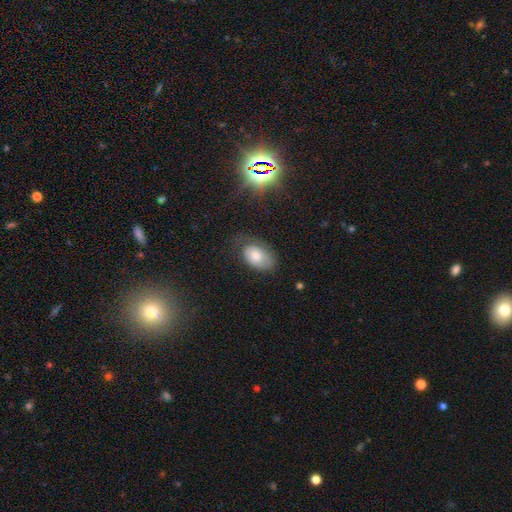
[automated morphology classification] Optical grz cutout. It shows a smooth galaxy with no disk features (66%) that is in between round and cigar-shaped (89%). Merging: none (53%).